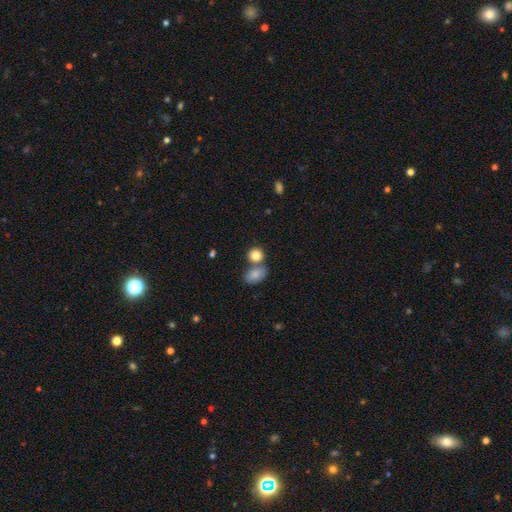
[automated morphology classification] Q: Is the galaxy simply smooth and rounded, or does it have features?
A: smooth — 84%.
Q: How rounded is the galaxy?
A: round — 73%.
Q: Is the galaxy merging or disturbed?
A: none — 53%.